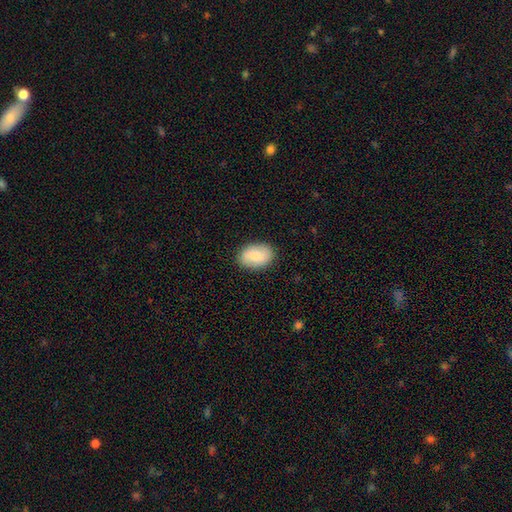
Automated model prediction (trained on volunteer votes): Morphology: type=smooth (71%); roundness=in between (84%); merging=none (87%).